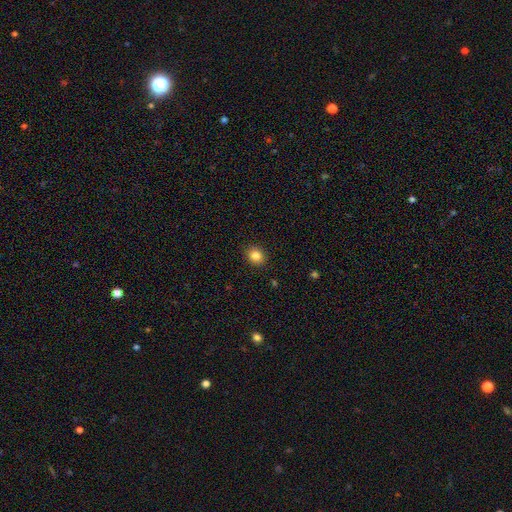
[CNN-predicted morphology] Smooth or featured? smooth (84%)
How rounded? round (70%)
Merging? none (90%)